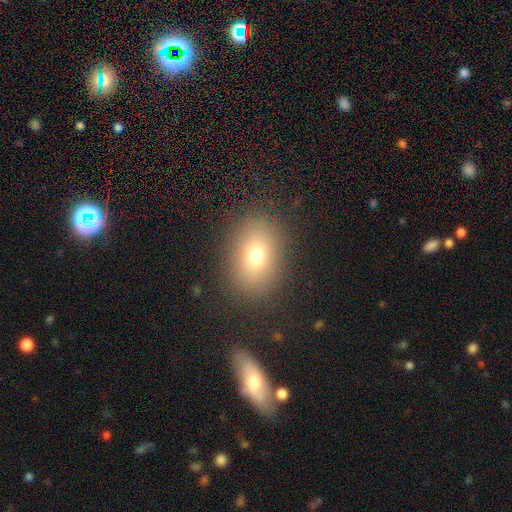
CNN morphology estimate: A smooth galaxy with no disk features (73%) that is in between round and cigar-shaped (69%).

Vote fractions:
- Smooth or featured? smooth: 73% / featured or disk: 14% / star or artifact: 13%
- How rounded? in between: 69% / round: 30% / cigar-shaped: 1%
- Merging? none: 85% / minor disturbance: 9% / major disturbance: 4% / merger: 2%